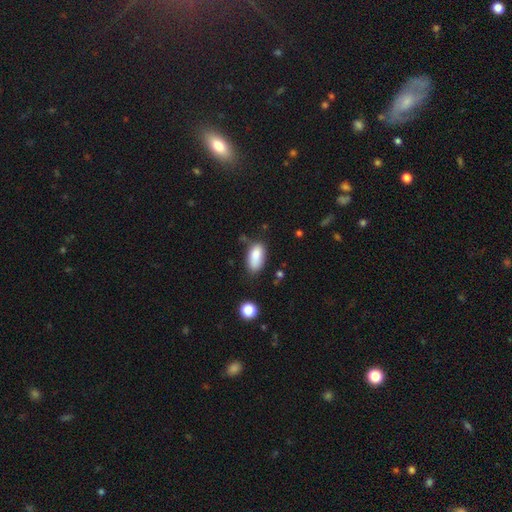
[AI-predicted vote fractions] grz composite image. It shows a smooth galaxy with no disk features (84%) that is in between round and cigar-shaped (91%). Merging: none (65%).